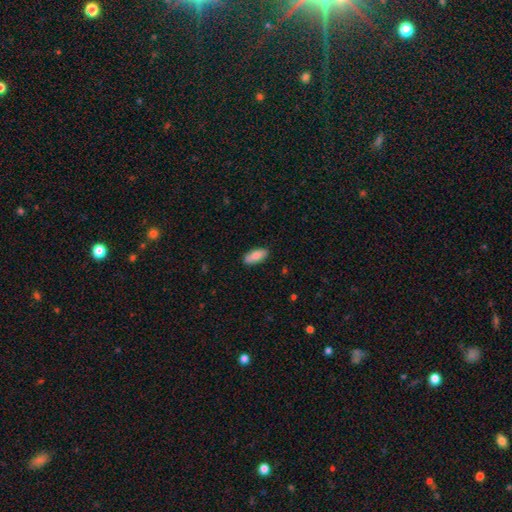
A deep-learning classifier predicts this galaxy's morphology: Smooth or featured? smooth (82%)
How rounded? in between (84%)
Merging? none (87%)